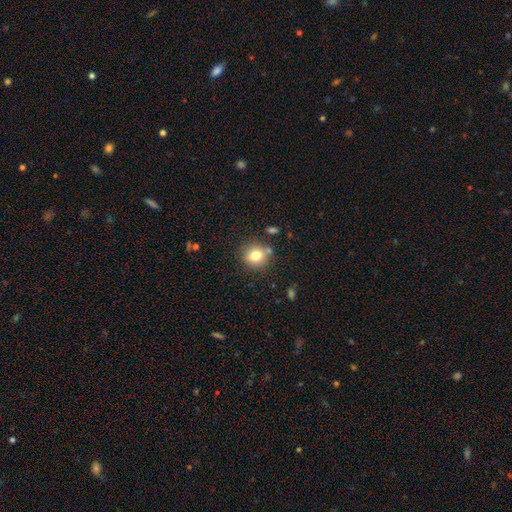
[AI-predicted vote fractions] The model was most divided on "smooth or featured": smooth: 78%, star or artifact: 12%, featured or disk: 10%. More confident: how rounded — round (84%); merging — none (79%).